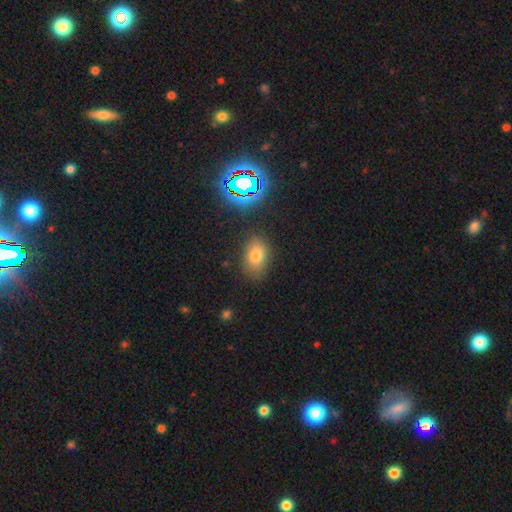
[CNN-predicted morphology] type=smooth (72%); roundness=in between (81%); merging=none (79%).